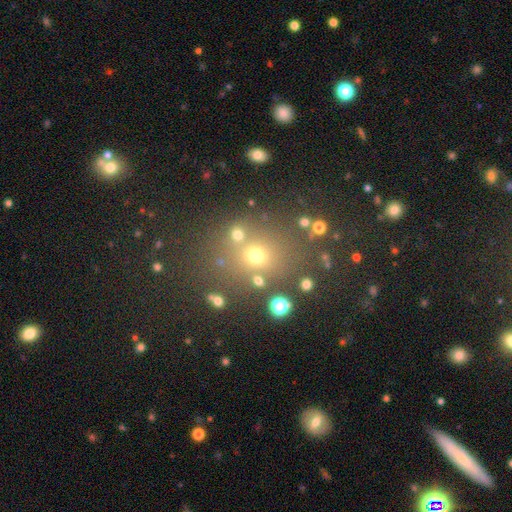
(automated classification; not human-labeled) smooth_or_featured: smooth (p=0.58) [alt: star or artifact p=0.30]
how_rounded: round (p=0.72) [alt: in between p=0.27]
merging: none (p=0.73) [alt: minor disturbance p=0.11]